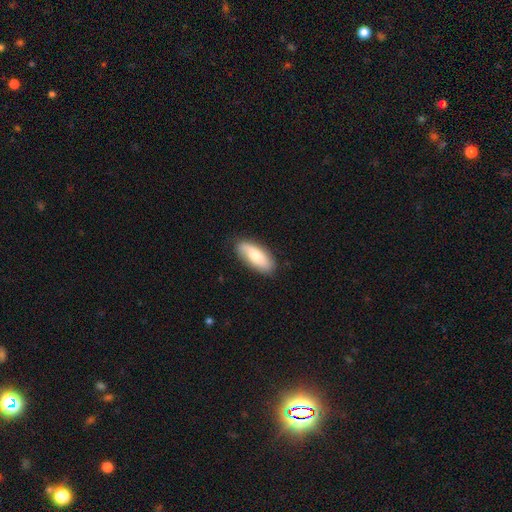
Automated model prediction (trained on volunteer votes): A smooth galaxy with no disk features (74%) that is in between round and cigar-shaped (83%).

Vote fractions:
- Smooth or featured? smooth: 74% / featured or disk: 21% / star or artifact: 6%
- How rounded? in between: 83% / cigar-shaped: 15% / round: 2%
- Merging? none: 81% / minor disturbance: 15% / major disturbance: 3% / merger: 1%